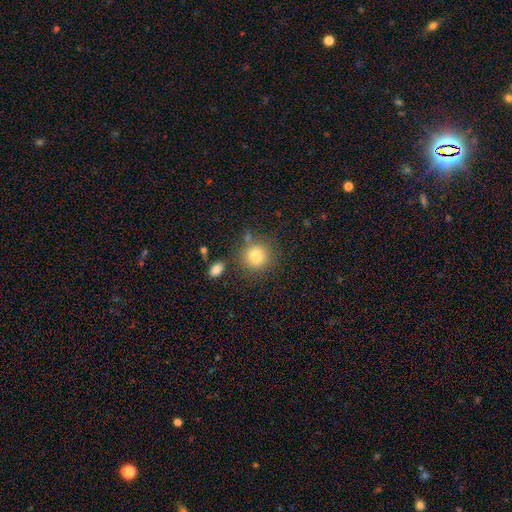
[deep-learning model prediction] This is clearly a smooth galaxy (81%). How rounded: clearly round (90%). Merging: likely none (77%).